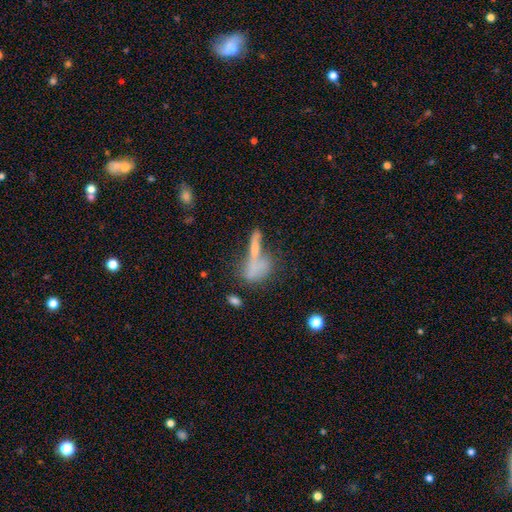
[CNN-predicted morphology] smooth-or-featured: smooth: 51% | featured or disk: 31% | star or artifact: 18%
  how-rounded: in between: 48% | cigar-shaped: 41% | round: 11%
  merging: merger: 45% | none: 27% | major disturbance: 16% | minor disturbance: 12%